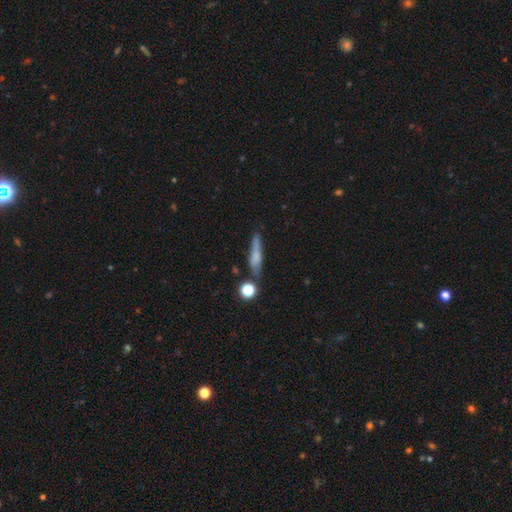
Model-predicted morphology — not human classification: The model was most divided on "smooth or featured": smooth: 58%, featured or disk: 31%, star or artifact: 10%. More confident: how rounded — cigar-shaped (82%); merging — none (68%).